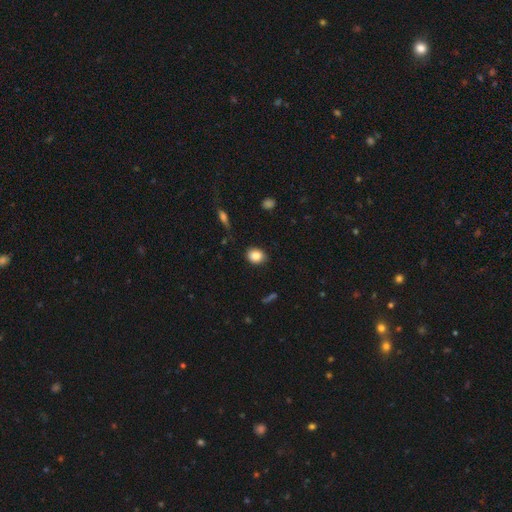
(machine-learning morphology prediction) A smooth galaxy with no disk features (85%) that is round (50%). Merging: none (86%).